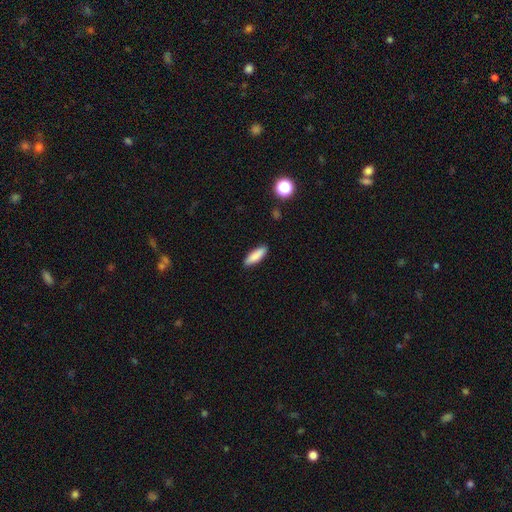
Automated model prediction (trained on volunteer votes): A smooth galaxy with no disk features (86%) that is cigar-shaped (51%). Merging: none (89%).